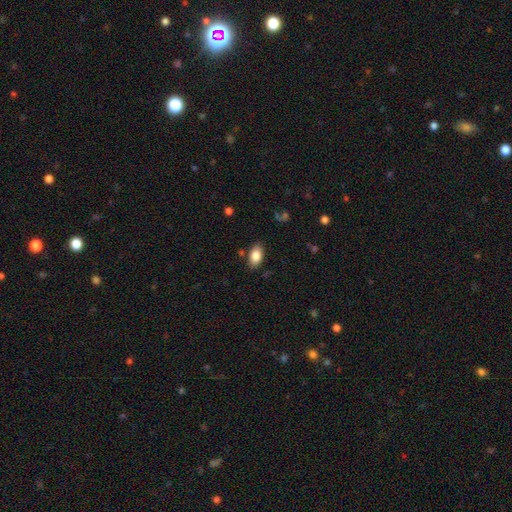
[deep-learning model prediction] smooth-or-featured: smooth: 85% | featured or disk: 8% | star or artifact: 7%
  how-rounded: in between: 92% | round: 6% | cigar-shaped: 2%
  merging: none: 84% | minor disturbance: 11% | major disturbance: 3% | merger: 2%